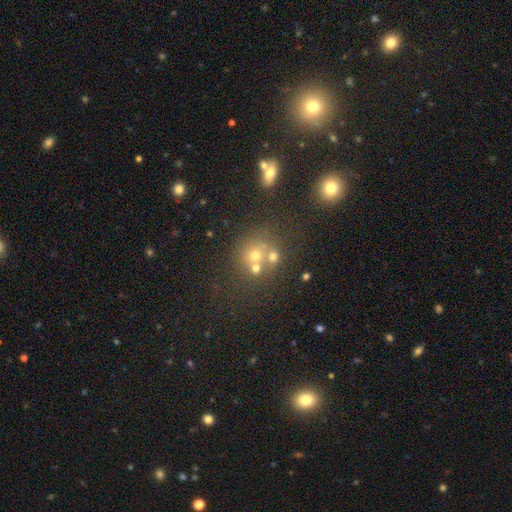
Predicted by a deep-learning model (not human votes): smooth_or_featured: smooth (p=0.56) [alt: star or artifact p=0.25]
how_rounded: round (p=0.82) [alt: in between p=0.17]
merging: none (p=0.49) [alt: merger p=0.36]